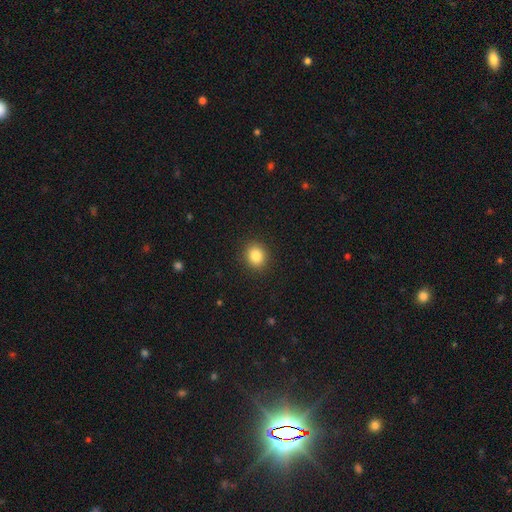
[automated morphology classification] Smooth or featured: smooth — 85% (star or artifact — 10%)
How rounded: round — 76% (in between — 23%)
Merging: none — 91% (minor disturbance — 6%)